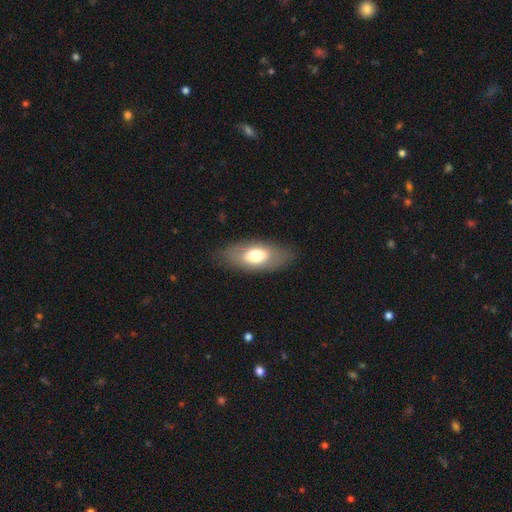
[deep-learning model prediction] Overall: smooth (65%; featured or disk 28%). How rounded: in between (88%). Merging: none (82%).